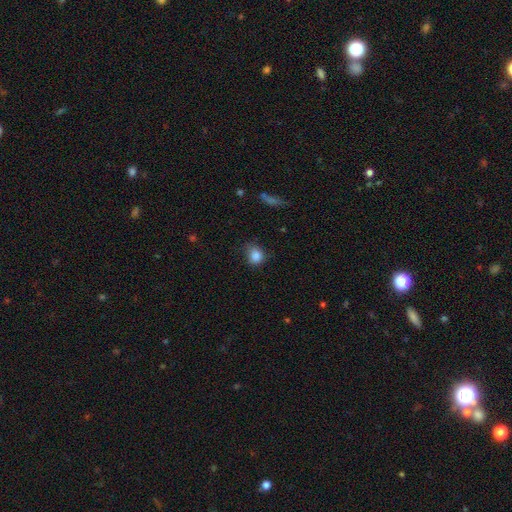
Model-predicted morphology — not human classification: A smooth galaxy with no disk features (85%) that is round (65%).

Vote fractions:
- Smooth or featured? smooth: 85% / star or artifact: 10% / featured or disk: 5%
- How rounded? round: 65% / in between: 34% / cigar-shaped: 1%
- Merging? none: 61% / minor disturbance: 29% / major disturbance: 8% / merger: 2%